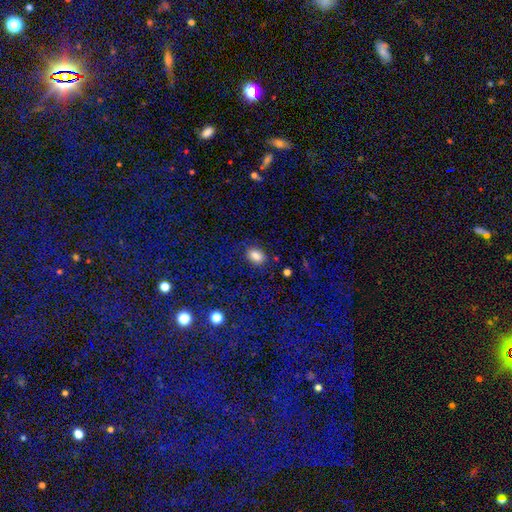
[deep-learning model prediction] smooth-or-featured: smooth: 83% | star or artifact: 11% | featured or disk: 7%
  how-rounded: in between: 78% | round: 21% | cigar-shaped: 1%
  merging: none: 76% | minor disturbance: 16% | major disturbance: 5% | merger: 3%